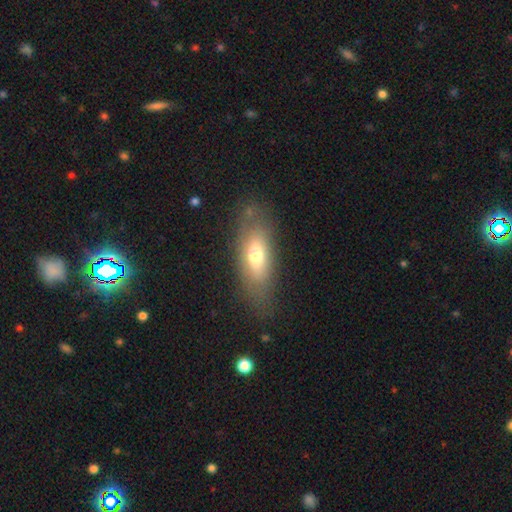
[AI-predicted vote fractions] Overall: smooth (63%; featured or disk 29%). How rounded: in between (73%). Merging: none (73%).